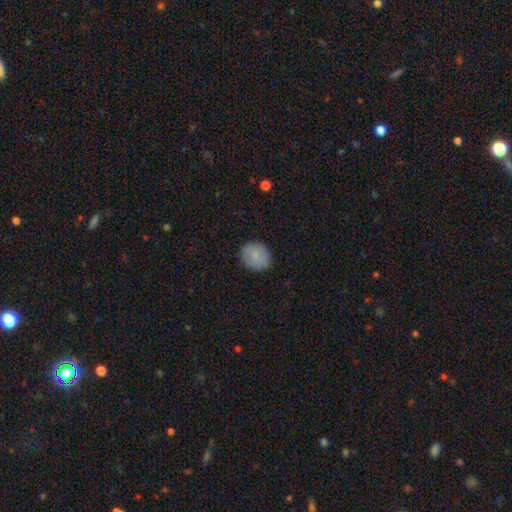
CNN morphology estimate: smooth-or-featured: smooth: 82% | featured or disk: 10% | star or artifact: 7%
  how-rounded: round: 78% | in between: 21% | cigar-shaped: 1%
  merging: none: 85% | minor disturbance: 11% | major disturbance: 3% | merger: 1%